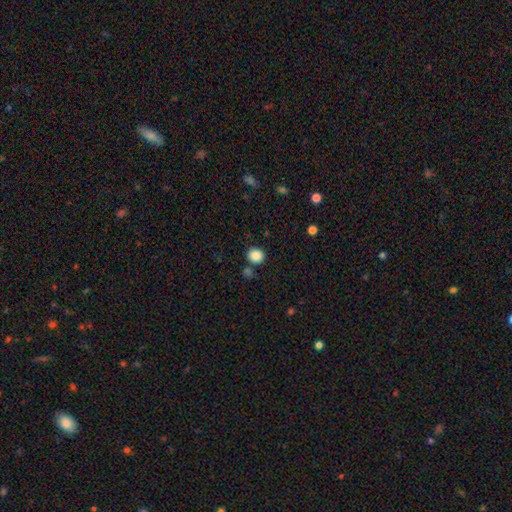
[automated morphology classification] A smooth galaxy with no disk features (87%) that is round (80%).

Vote fractions:
- Smooth or featured? smooth: 87% / star or artifact: 10% / featured or disk: 3%
- How rounded? round: 80% / in between: 20% / cigar-shaped: 1%
- Merging? none: 80% / minor disturbance: 10% / merger: 7% / major disturbance: 3%